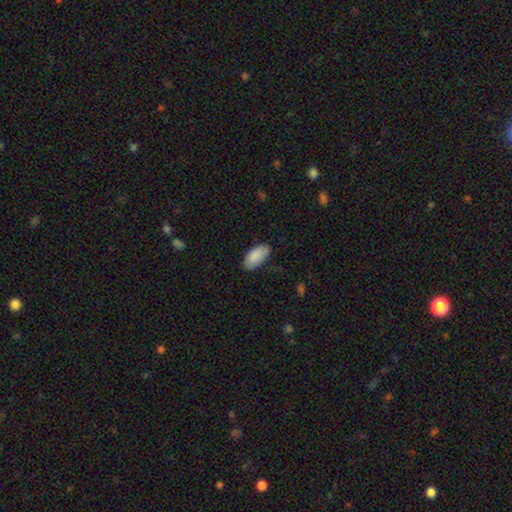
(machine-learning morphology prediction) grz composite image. It shows a smooth galaxy with no disk features (88%) that is in between round and cigar-shaped (95%). Merging: none (81%).